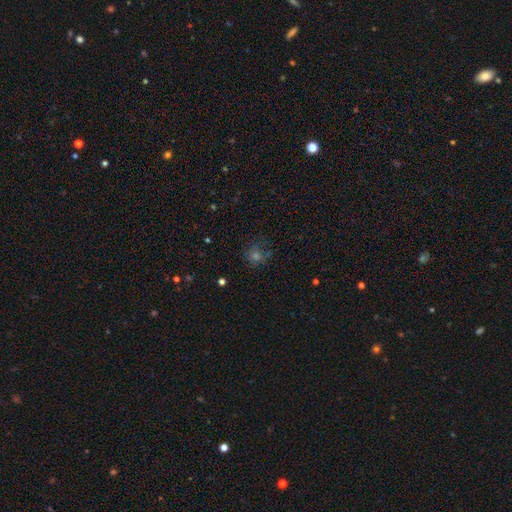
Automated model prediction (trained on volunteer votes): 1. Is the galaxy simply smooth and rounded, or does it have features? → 54% smooth, 33% star or artifact, 13% featured or disk.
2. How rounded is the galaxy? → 86% round, 12% in between, 1% cigar-shaped.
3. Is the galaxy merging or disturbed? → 73% none, 16% minor disturbance, 9% major disturbance, 3% merger.